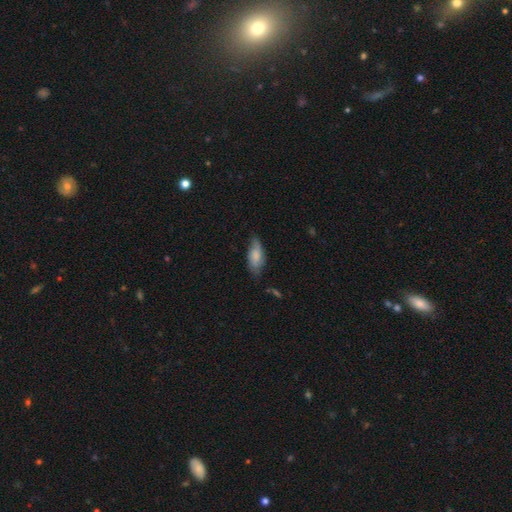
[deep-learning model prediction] This is likely a smooth galaxy (66%). How rounded: clearly in between (84%). Merging: likely none (61%).